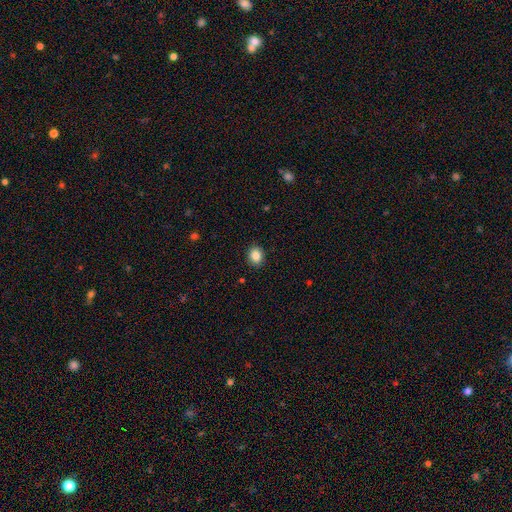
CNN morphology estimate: Smooth or featured? smooth (86%)
How rounded? round (60%)
Merging? none (90%)